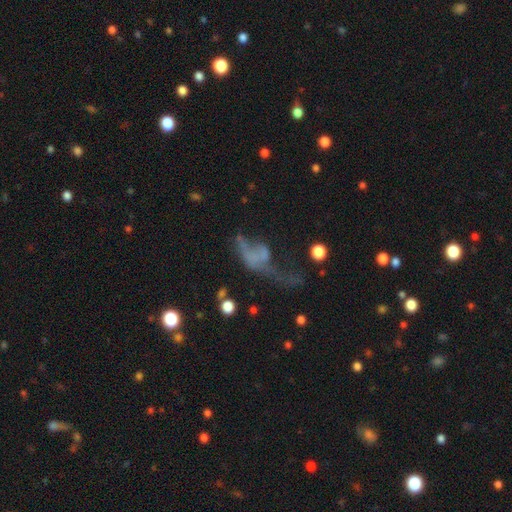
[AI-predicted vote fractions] Smooth or featured?
  - featured or disk: 45% *
  - smooth: 35%
  - star or artifact: 20%
Merging?
  - major disturbance: 52% *
  - none: 19%
  - merger: 15%
  - minor disturbance: 15%